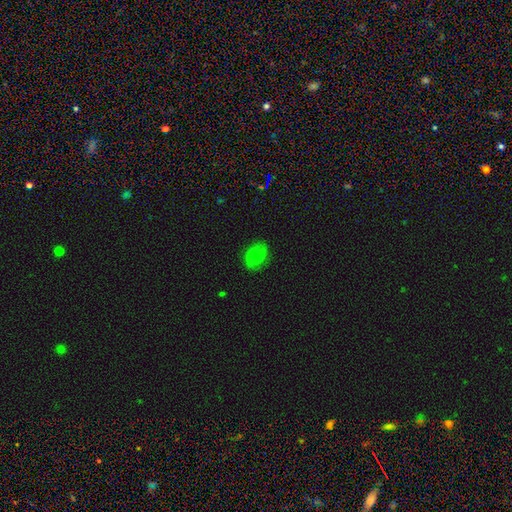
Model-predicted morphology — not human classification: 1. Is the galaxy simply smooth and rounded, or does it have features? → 56% featured or disk, 35% smooth, 9% star or artifact.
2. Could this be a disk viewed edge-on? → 97% no, 3% yes.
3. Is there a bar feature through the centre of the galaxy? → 50% weak, 39% no, 11% strong.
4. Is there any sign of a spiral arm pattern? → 89% yes, 11% no.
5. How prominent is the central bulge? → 45% small, 27% moderate, 23% none, 3% large, 1% dominant.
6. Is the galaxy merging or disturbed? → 81% none, 13% minor disturbance, 4% major disturbance, 1% merger.